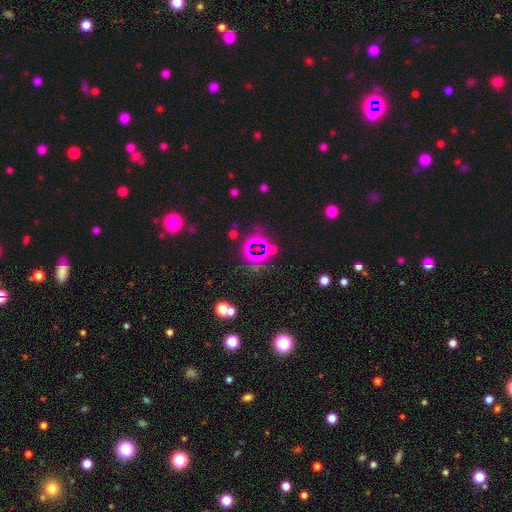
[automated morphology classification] Smooth or featured?
  - star or artifact: 66% *
  - smooth: 23%
  - featured or disk: 12%